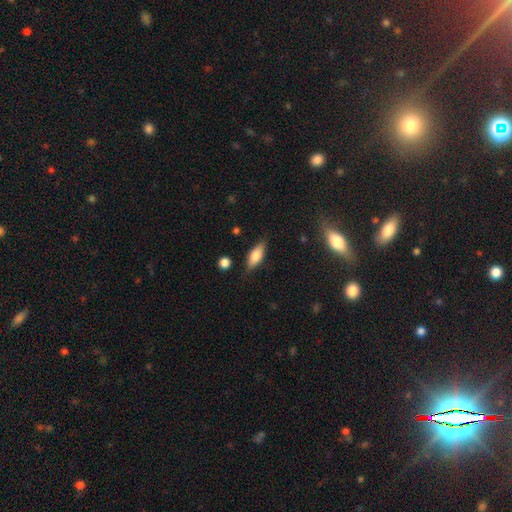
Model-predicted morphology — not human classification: smooth_or_featured: smooth (p=0.67) [alt: featured or disk p=0.25]
how_rounded: in between (p=0.73) [alt: cigar-shaped p=0.24]
merging: none (p=0.80) [alt: minor disturbance p=0.15]